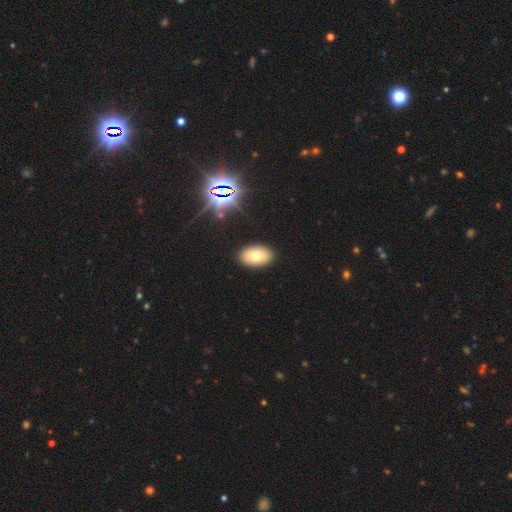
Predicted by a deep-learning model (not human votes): This is likely a smooth galaxy (72%). How rounded: clearly in between (89%). Merging: clearly none (89%).